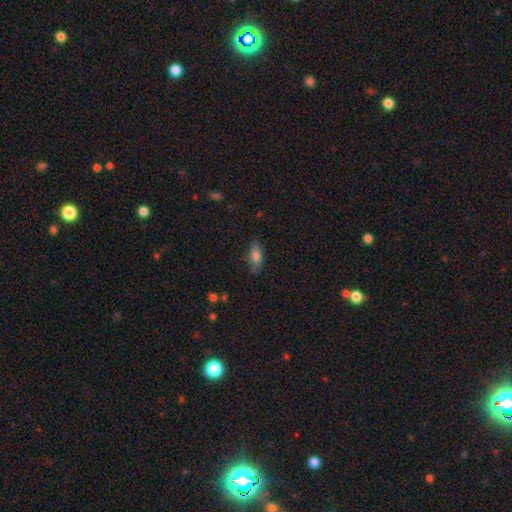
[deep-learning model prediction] Smooth or featured? smooth (77%)
How rounded? in between (77%)
Merging? none (75%)